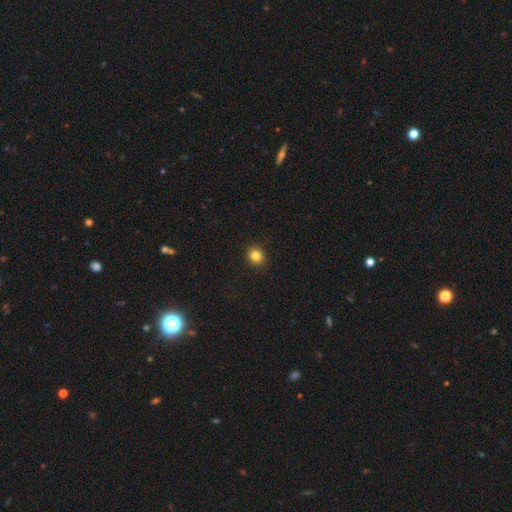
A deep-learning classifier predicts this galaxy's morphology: A smooth galaxy with no disk features (83%) that is round (80%).

Vote fractions:
- Smooth or featured? smooth: 83% / star or artifact: 12% / featured or disk: 5%
- How rounded? round: 80% / in between: 19% / cigar-shaped: 1%
- Merging? none: 91% / minor disturbance: 6% / major disturbance: 2% / merger: 1%